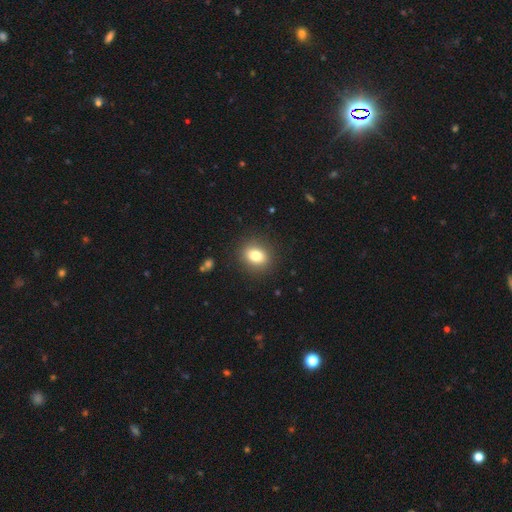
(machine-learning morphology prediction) type=smooth (80%); roundness=round (52%); merging=none (89%).